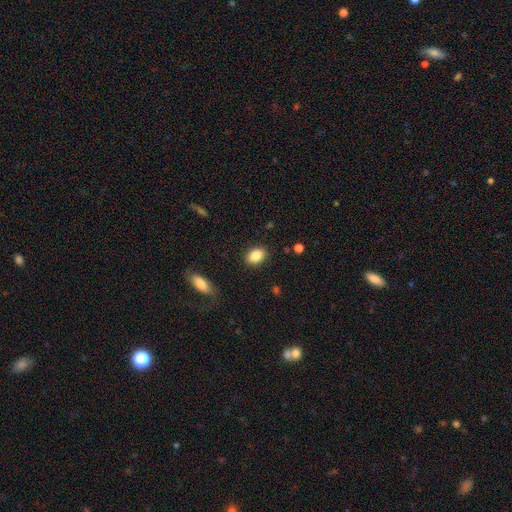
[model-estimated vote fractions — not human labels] Smooth or featured? smooth (87%)
How rounded? in between (77%)
Merging? none (88%)